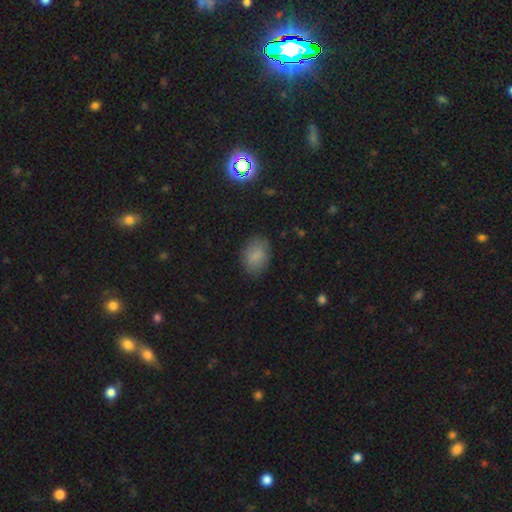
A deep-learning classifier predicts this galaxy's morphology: This appears to be a smooth galaxy with no disk features (83%) that is in between round and cigar-shaped (79%). Merging: none (81%).